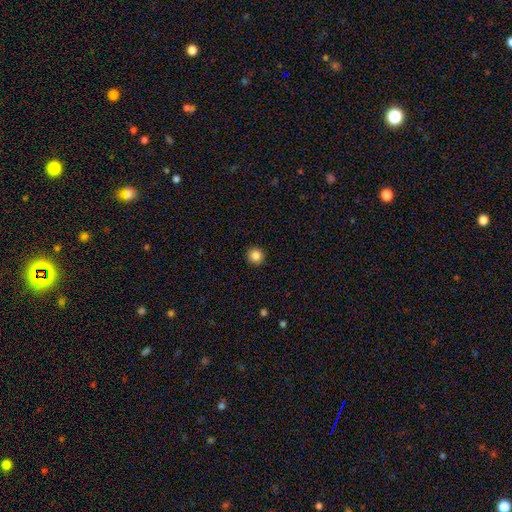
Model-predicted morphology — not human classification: smooth_or_featured: smooth (p=0.85) [alt: star or artifact p=0.11]
how_rounded: round (p=0.95) [alt: in between p=0.04]
merging: none (p=0.92) [alt: minor disturbance p=0.05]